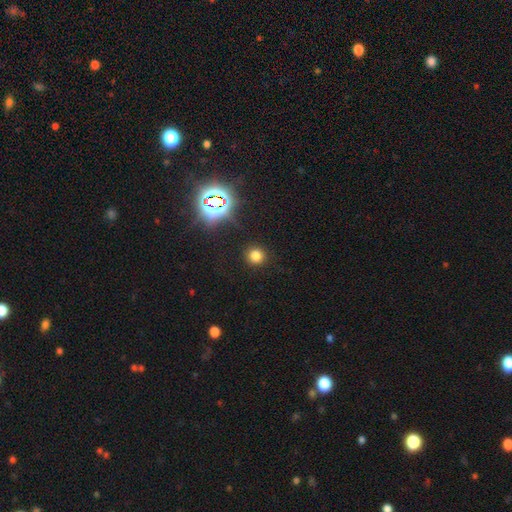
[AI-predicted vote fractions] Smooth or featured? Predicted: smooth (p=0.75). How rounded? Predicted: round (p=0.91). Merging? Predicted: none (p=0.90).